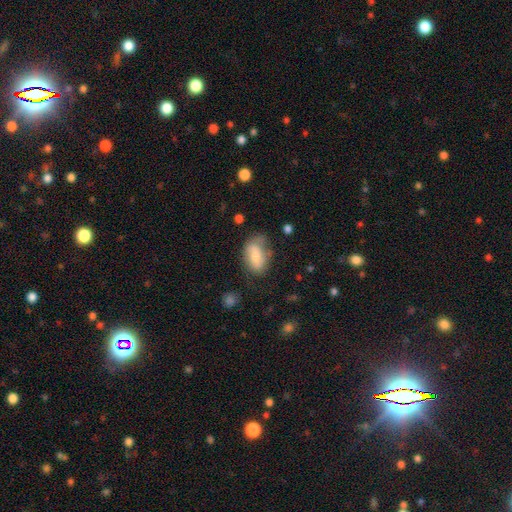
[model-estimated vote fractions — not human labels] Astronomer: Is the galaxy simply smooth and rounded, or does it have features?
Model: smooth — 62%.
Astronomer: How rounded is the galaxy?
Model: in between — 88%.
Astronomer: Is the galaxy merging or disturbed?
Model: none — 52% (runner-up: minor disturbance, 30%).